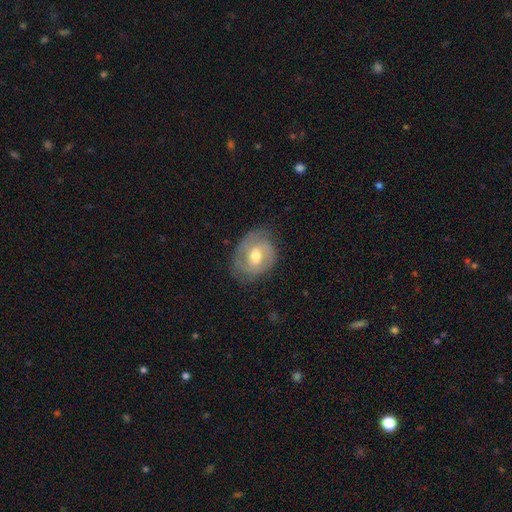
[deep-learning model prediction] smooth_or_featured: featured or disk (p=0.62) [alt: smooth p=0.32]
disk_edge_on: no (p=0.95) [alt: yes p=0.05]
bar: weak (p=0.46) [alt: no p=0.38]
has_spiral_arms: yes (p=0.75) [alt: no p=0.25]
bulge_size: moderate (p=0.75) [alt: small p=0.14]
merging: none (p=0.68) [alt: minor disturbance p=0.23]